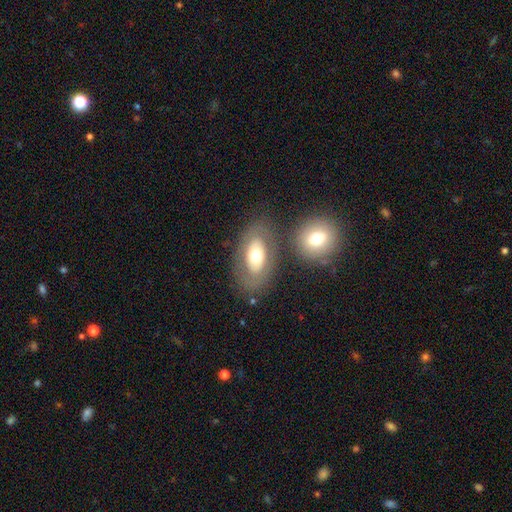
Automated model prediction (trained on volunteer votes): Smooth or featured: smooth — 54% (featured or disk — 39%)
How rounded: in between — 88% (round — 11%)
Merging: none — 72% (minor disturbance — 11%)